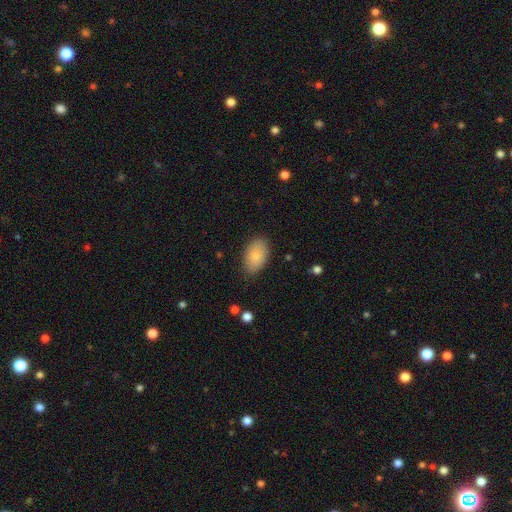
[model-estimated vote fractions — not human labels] Smooth or featured: smooth — 83% (featured or disk — 10%)
How rounded: in between — 92% (round — 7%)
Merging: none — 82% (minor disturbance — 14%)